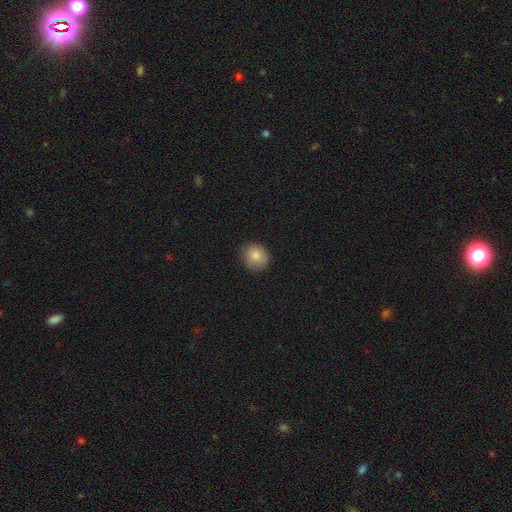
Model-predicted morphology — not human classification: type=smooth (85%); roundness=round (82%); merging=none (86%).